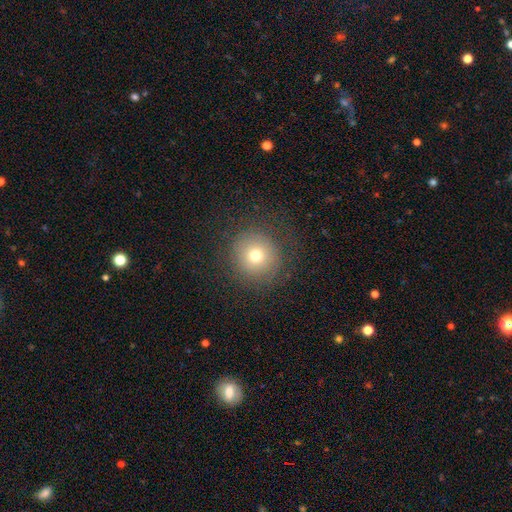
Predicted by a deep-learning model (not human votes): Smooth or featured? smooth (72%)
How rounded? round (93%)
Merging? none (82%)